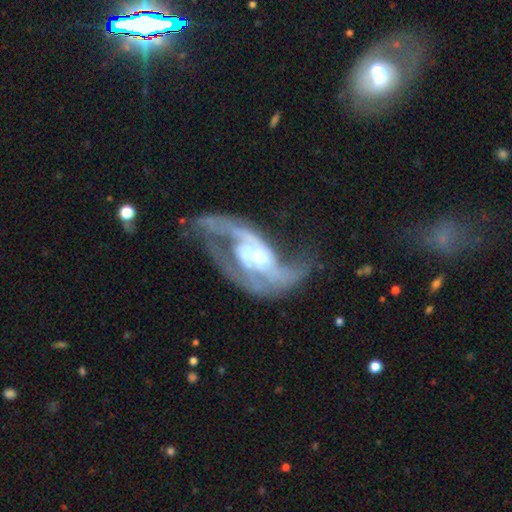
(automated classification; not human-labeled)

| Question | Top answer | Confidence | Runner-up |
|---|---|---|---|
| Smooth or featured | featured or disk | 87% | smooth (7%) |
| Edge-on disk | no | 96% | yes (4%) |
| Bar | no | 47% | weak (37%) |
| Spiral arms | yes | 94% | no (6%) |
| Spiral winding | loose | 43% | medium (42%) |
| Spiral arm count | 2 | 73% | can't tell (8%) |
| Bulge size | moderate | 40% | small (24%) |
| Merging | none | 39% | major disturbance (37%) |